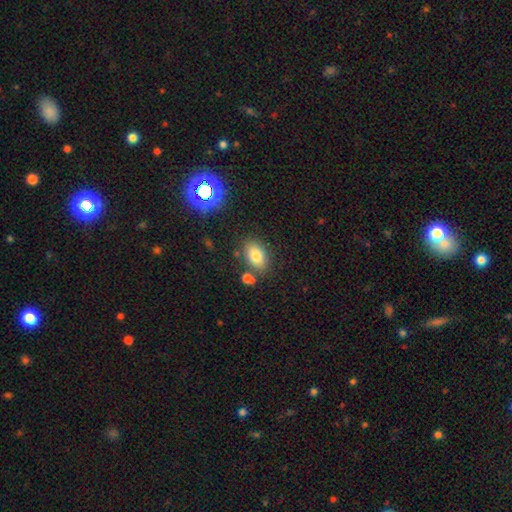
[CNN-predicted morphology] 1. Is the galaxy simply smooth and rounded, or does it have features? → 80% smooth, 10% star or artifact, 10% featured or disk.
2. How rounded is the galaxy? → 86% in between, 12% round, 2% cigar-shaped.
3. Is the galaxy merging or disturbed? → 74% none, 12% minor disturbance, 10% merger, 4% major disturbance.